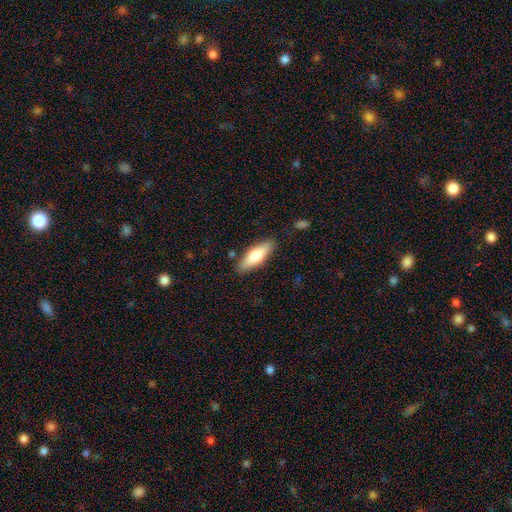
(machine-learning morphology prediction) A smooth galaxy with no disk features (65%) that is in between round and cigar-shaped (53%). Merging: none (85%).